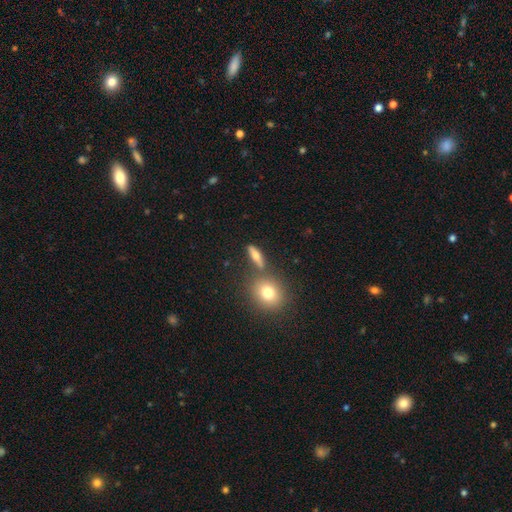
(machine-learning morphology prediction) A smooth galaxy with no disk features (62%) that is cigar-shaped (41%). Merging: none (74%).